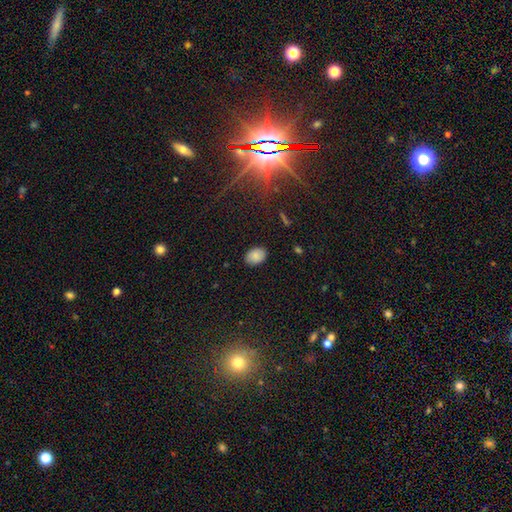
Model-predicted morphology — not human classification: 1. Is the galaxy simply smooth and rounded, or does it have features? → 84% smooth, 10% star or artifact, 6% featured or disk.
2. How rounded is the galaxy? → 79% in between, 20% round, 1% cigar-shaped.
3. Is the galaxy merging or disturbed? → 87% none, 10% minor disturbance, 2% major disturbance, 1% merger.